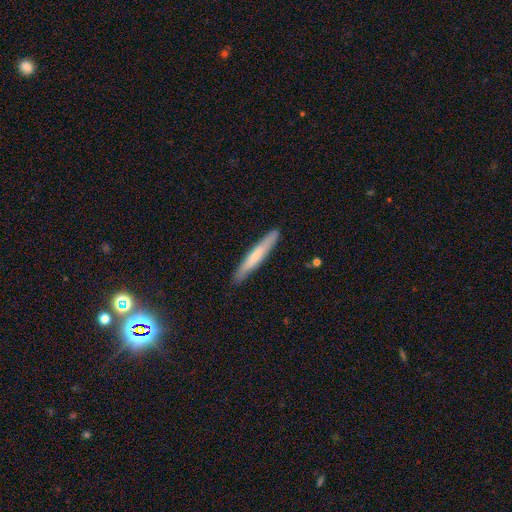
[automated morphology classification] Smooth or featured? Predicted: smooth (p=0.60). How rounded? Predicted: cigar-shaped (p=0.95). Merging? Predicted: none (p=0.89).